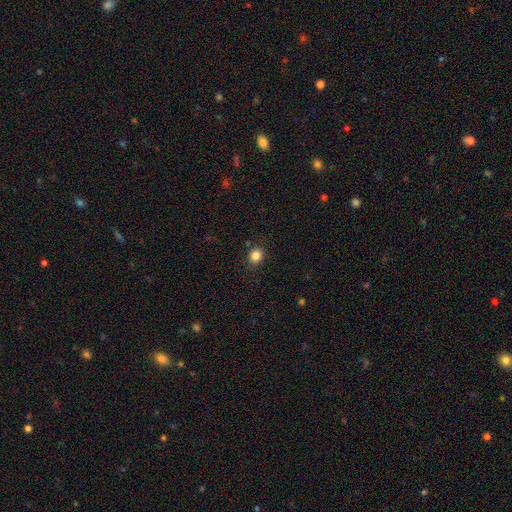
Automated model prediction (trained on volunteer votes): This is clearly a smooth galaxy (83%). How rounded: likely round (75%). Merging: clearly none (88%).